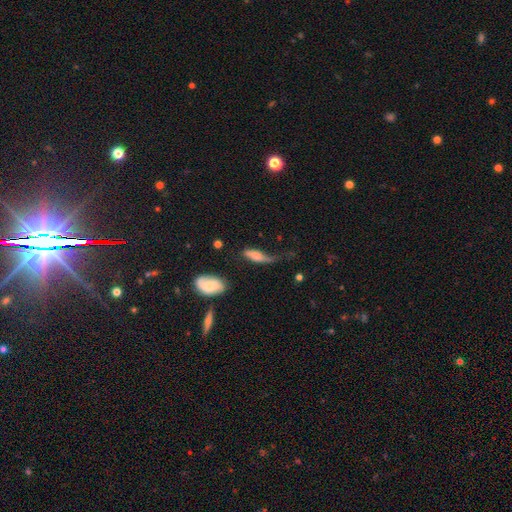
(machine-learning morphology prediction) type=smooth (59%); roundness=in between (62%); merging=major disturbance (38%).